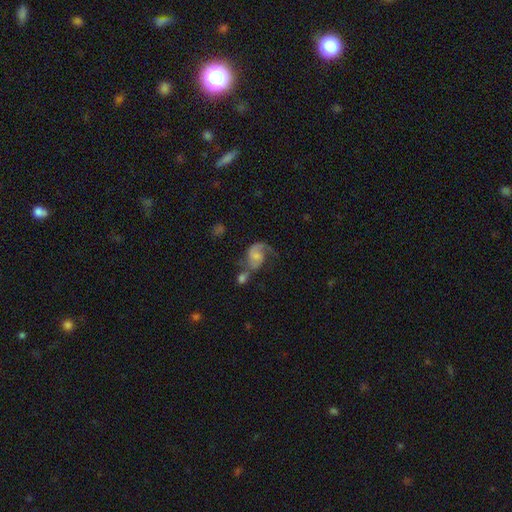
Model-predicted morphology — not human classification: smooth_or_featured: featured or disk (p=0.71) [alt: smooth p=0.21]
disk_edge_on: no (p=0.98) [alt: yes p=0.02]
bar: no (p=0.59) [alt: weak p=0.35]
has_spiral_arms: yes (p=0.92) [alt: no p=0.08]
spiral_winding: loose (p=0.47) [alt: medium p=0.40]
spiral_arm_count: 2 (p=0.63) [alt: 1 p=0.30]
bulge_size: none (p=0.34) [alt: small p=0.28]
merging: none (p=0.31) [alt: merger p=0.28]